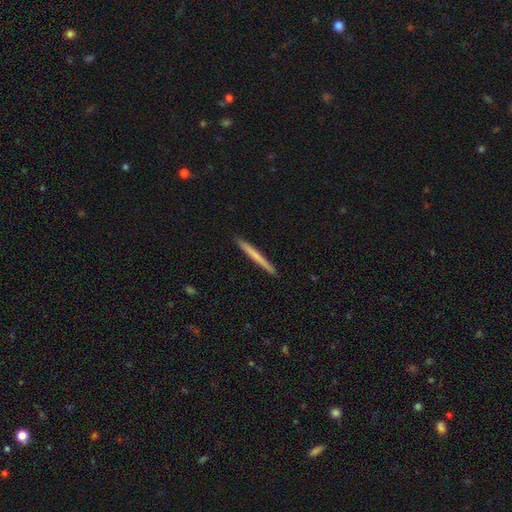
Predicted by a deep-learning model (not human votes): smooth 62%, featured or disk 33%, star or artifact 5%. Down the decision tree: how rounded — cigar-shaped (97%); merging — none (93%).